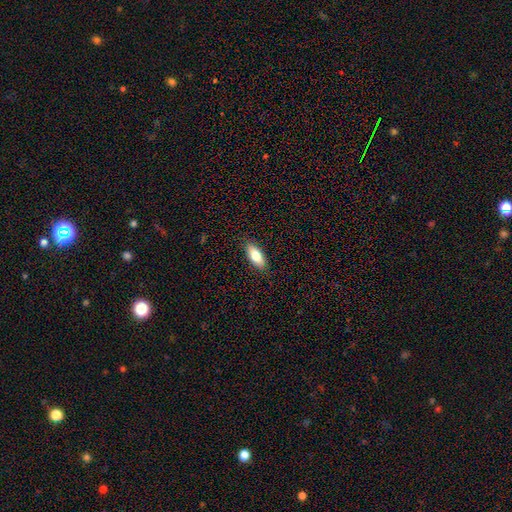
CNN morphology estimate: smooth-or-featured: smooth: 74% | featured or disk: 19% | star or artifact: 7%
  how-rounded: in between: 81% | cigar-shaped: 16% | round: 3%
  merging: none: 88% | minor disturbance: 9% | major disturbance: 2% | merger: 1%